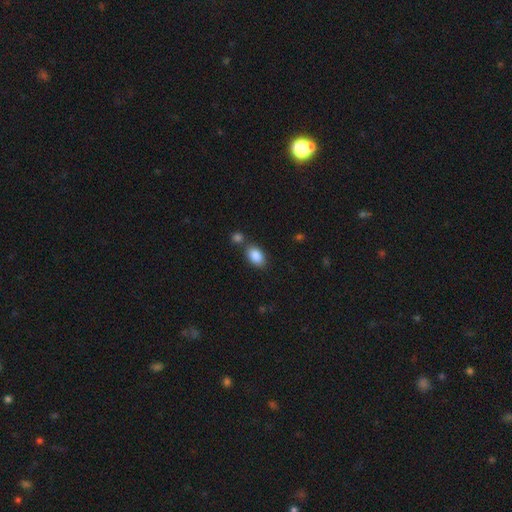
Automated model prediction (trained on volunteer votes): Q: Smooth or featured?
A: smooth (87%); runner-up: star or artifact (7%)
Q: How rounded?
A: in between (90%); runner-up: round (8%)
Q: Merging?
A: none (67%); runner-up: merger (18%)